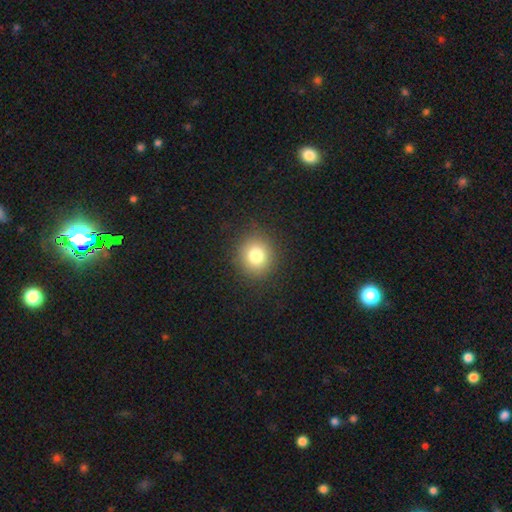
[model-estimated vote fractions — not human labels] Smooth or featured?
  - smooth: 80% *
  - star or artifact: 12%
  - featured or disk: 8%
How rounded?
  - round: 87% *
  - in between: 12%
  - cigar-shaped: 1%
Merging?
  - none: 89% *
  - minor disturbance: 7%
  - major disturbance: 3%
  - merger: 1%